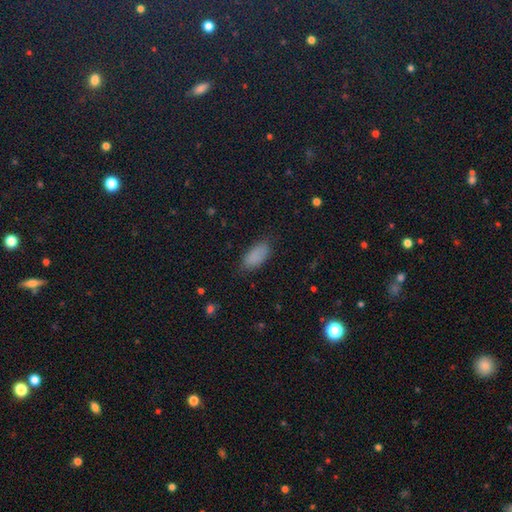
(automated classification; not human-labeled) Smooth or featured? Predicted: smooth (p=0.86). How rounded? Predicted: in between (p=0.90). Merging? Predicted: none (p=0.80).